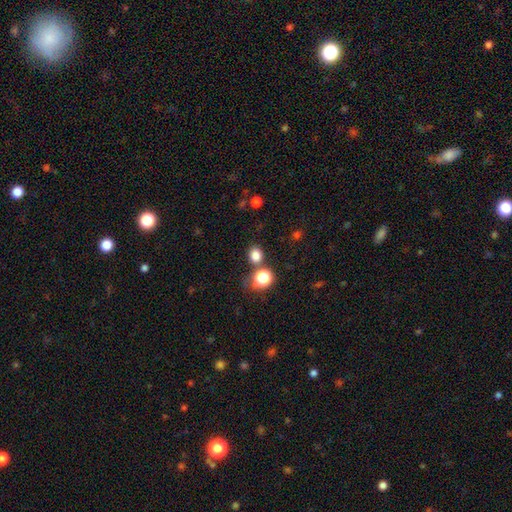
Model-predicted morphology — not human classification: Smooth or featured? smooth (80%)
How rounded? round (67%)
Merging? none (76%)